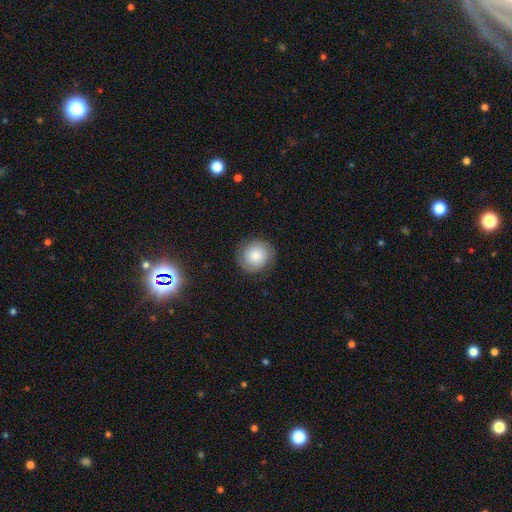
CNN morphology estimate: A smooth galaxy with no disk features (63%) that is round (82%).

Vote fractions:
- Smooth or featured? smooth: 63% / featured or disk: 28% / star or artifact: 9%
- How rounded? round: 82% / in between: 17% / cigar-shaped: 1%
- Merging? none: 83% / minor disturbance: 12% / major disturbance: 4% / merger: 1%